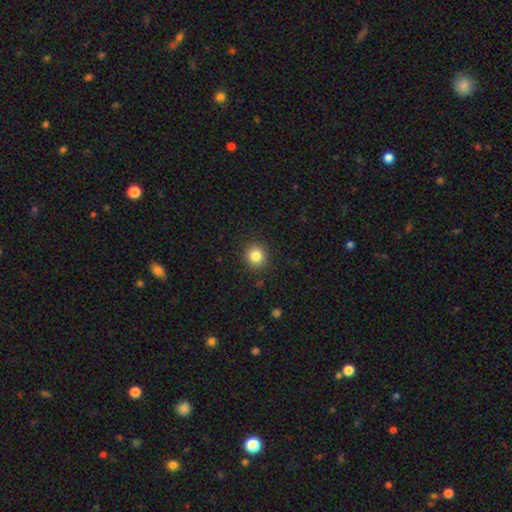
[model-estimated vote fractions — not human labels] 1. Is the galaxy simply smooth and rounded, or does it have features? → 83% smooth, 11% star or artifact, 6% featured or disk.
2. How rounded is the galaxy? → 88% round, 11% in between, 1% cigar-shaped.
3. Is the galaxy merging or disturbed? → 91% none, 6% minor disturbance, 2% major disturbance, 1% merger.